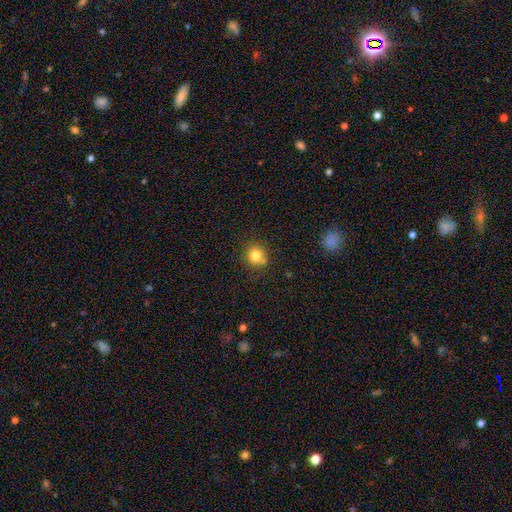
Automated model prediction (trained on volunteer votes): Smooth or featured? Predicted: smooth (p=0.80). How rounded? Predicted: round (p=0.89). Merging? Predicted: none (p=0.77).